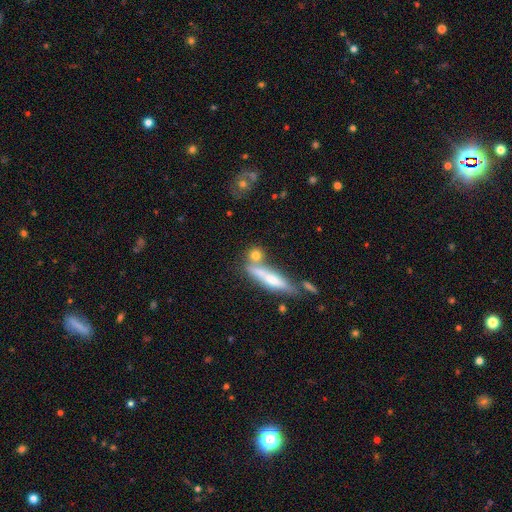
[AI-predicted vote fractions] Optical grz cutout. It shows a smooth galaxy with no disk features (69%) that is round (48%). Merging: none (57%).